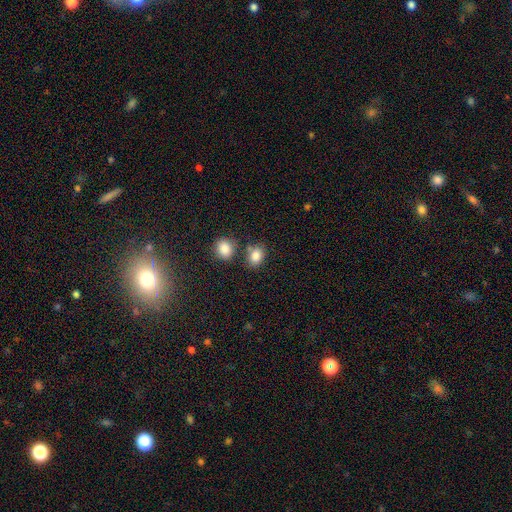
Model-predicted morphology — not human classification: Smooth or featured?
  - smooth: 84% *
  - star or artifact: 10%
  - featured or disk: 7%
How rounded?
  - in between: 65% *
  - round: 34%
  - cigar-shaped: 1%
Merging?
  - none: 64% *
  - merger: 19%
  - minor disturbance: 13%
  - major disturbance: 4%